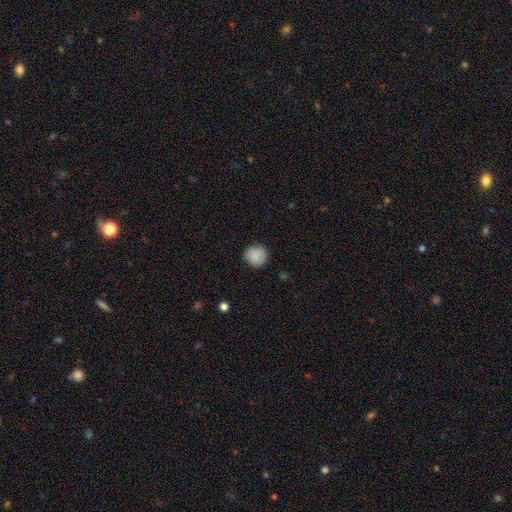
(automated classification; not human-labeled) Morphology: type=smooth (87%); roundness=round (92%); merging=none (89%).